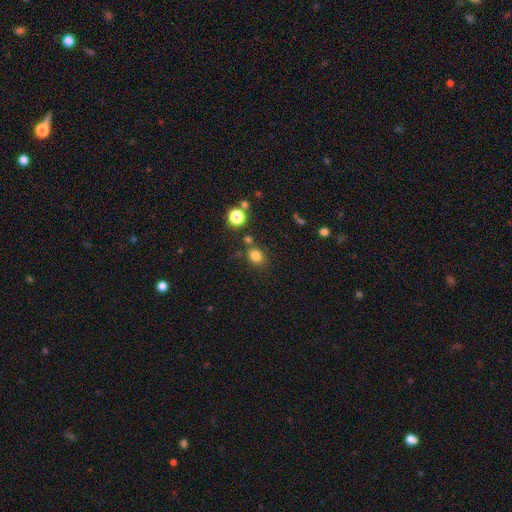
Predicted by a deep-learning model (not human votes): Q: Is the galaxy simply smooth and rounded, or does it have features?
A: smooth — 80%.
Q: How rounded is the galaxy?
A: round — 58%.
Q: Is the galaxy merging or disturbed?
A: none — 74%.